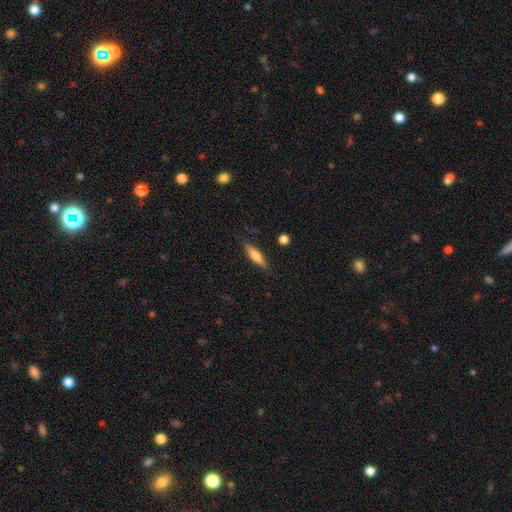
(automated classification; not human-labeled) Morphology: type=smooth (63%); roundness=cigar-shaped (71%); merging=none (83%).